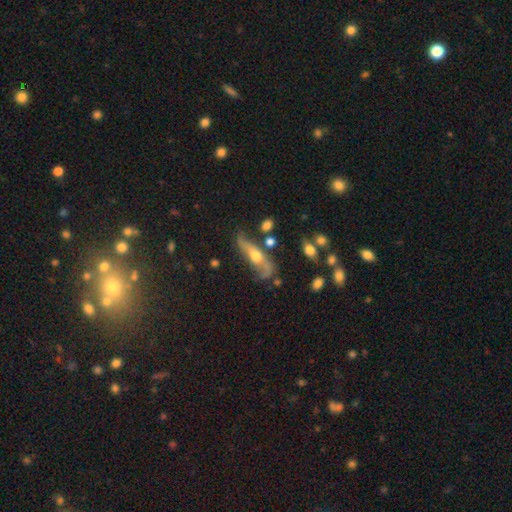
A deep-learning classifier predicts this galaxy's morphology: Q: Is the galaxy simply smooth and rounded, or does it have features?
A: featured or disk — 61%.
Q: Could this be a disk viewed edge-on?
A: no — 55%.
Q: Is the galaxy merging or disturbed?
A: none — 47%.